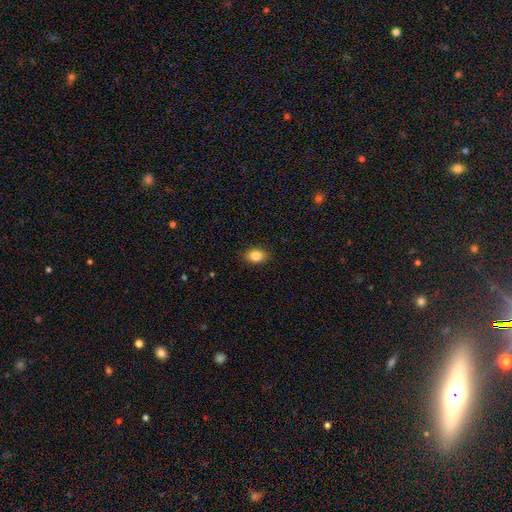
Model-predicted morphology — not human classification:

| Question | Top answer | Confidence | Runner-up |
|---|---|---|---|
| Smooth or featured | smooth | 86% | star or artifact (9%) |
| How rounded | in between | 72% | round (27%) |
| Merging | none | 89% | minor disturbance (8%) |